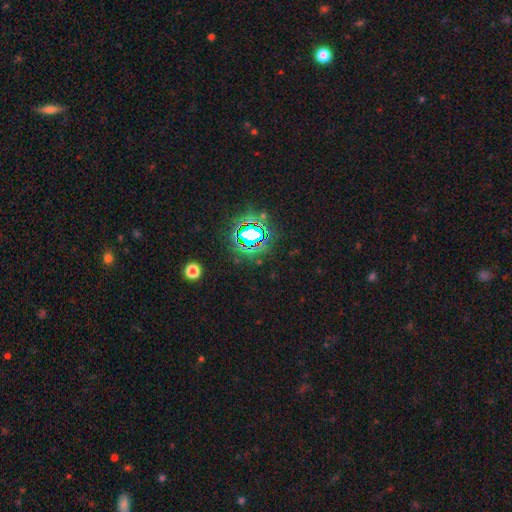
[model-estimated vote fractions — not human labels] smooth_or_featured: star or artifact (p=0.81) [alt: smooth p=0.12]